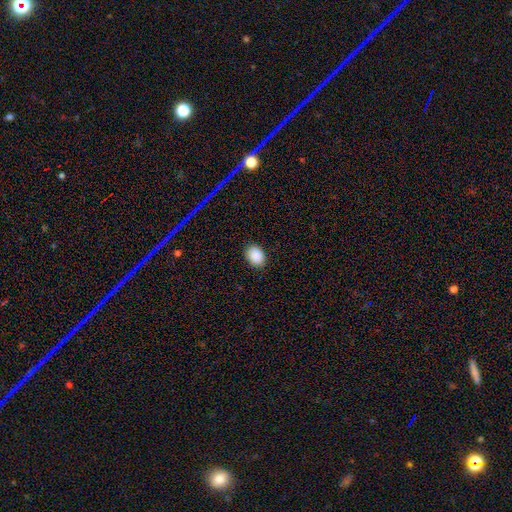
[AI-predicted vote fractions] Smooth or featured? smooth (90%)
How rounded? in between (69%)
Merging? none (89%)